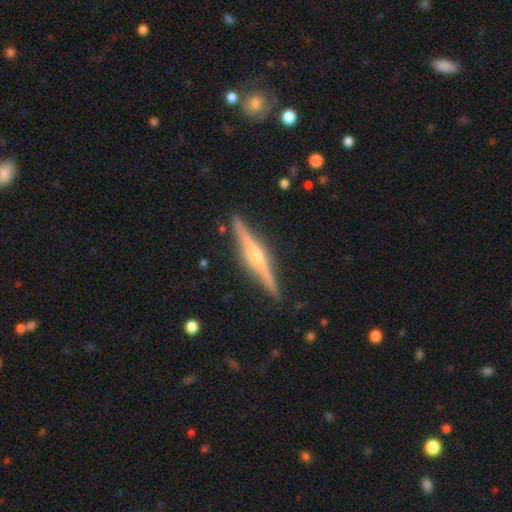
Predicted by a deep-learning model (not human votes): Q: Smooth or featured?
A: featured or disk (81%); runner-up: smooth (14%)
Q: Edge-on disk?
A: yes (98%); runner-up: no (2%)
Q: Edge-on bulge?
A: rounded (85%); runner-up: none (8%)
Q: Merging?
A: none (91%); runner-up: minor disturbance (7%)